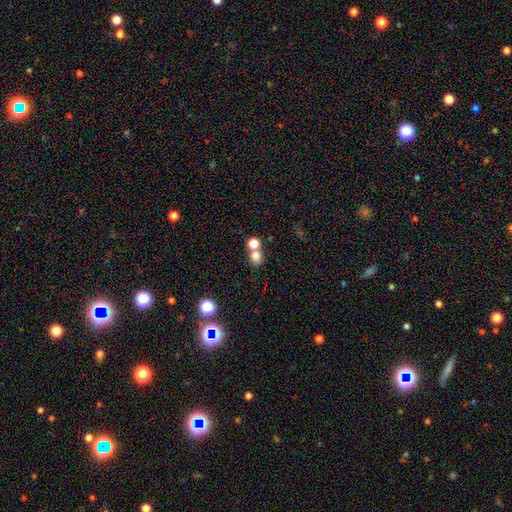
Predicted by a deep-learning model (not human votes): smooth 78%, star or artifact 14%, featured or disk 8%. Down the decision tree: how rounded — round (74%); merging — none (47%).